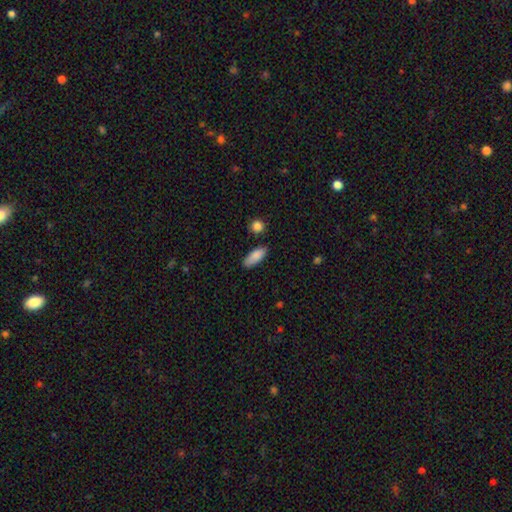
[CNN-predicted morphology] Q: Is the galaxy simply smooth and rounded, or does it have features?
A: smooth — 87%.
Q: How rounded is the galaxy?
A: in between — 75%.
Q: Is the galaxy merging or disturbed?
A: none — 80%.